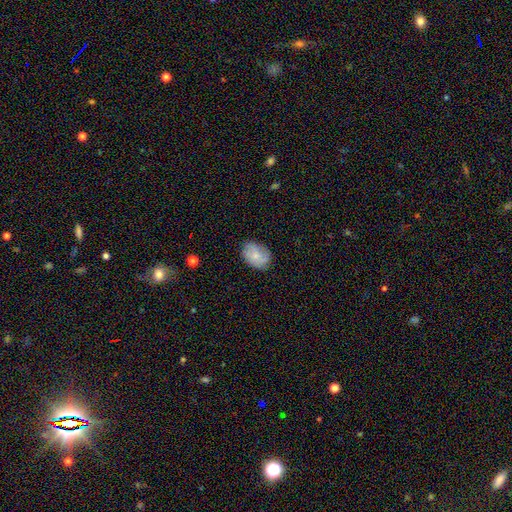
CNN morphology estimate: smooth-or-featured: smooth: 63% | featured or disk: 29% | star or artifact: 8%
  how-rounded: in between: 75% | round: 24% | cigar-shaped: 1%
  merging: none: 74% | minor disturbance: 20% | major disturbance: 5% | merger: 1%